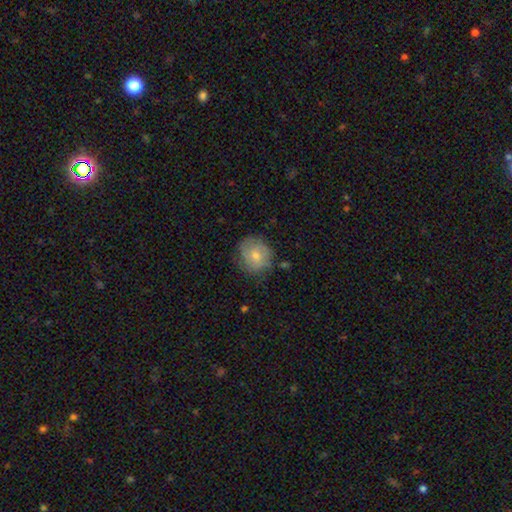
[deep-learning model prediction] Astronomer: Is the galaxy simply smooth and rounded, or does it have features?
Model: smooth — 51% (runner-up: featured or disk, 39%).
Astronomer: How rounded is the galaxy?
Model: round — 85%.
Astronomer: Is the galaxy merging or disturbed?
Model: none — 75%.